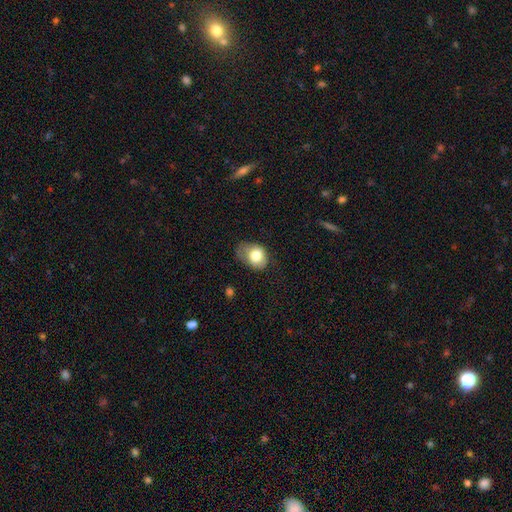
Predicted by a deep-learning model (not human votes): The model was most divided on "merging" (2-way tie): minor disturbance: 40%, none: 40%, major disturbance: 18%, merger: 2%. More confident: smooth or featured — smooth (76%); how rounded — in between (67%).